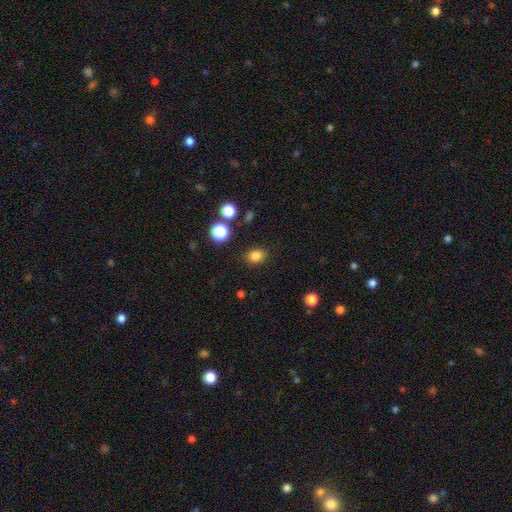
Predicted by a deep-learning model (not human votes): A smooth galaxy with no disk features (82%) that is round (50%).

Vote fractions:
- Smooth or featured? smooth: 82% / star or artifact: 13% / featured or disk: 5%
- How rounded? round: 50% / in between: 49% / cigar-shaped: 1%
- Merging? none: 86% / minor disturbance: 9% / major disturbance: 3% / merger: 2%